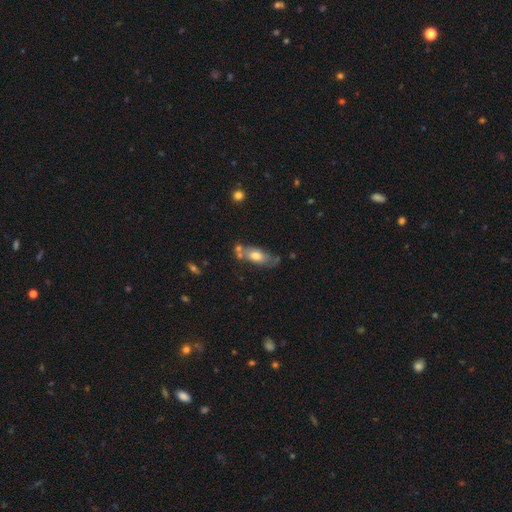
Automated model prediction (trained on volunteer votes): Smooth or featured: smooth — 63% (featured or disk — 30%)
How rounded: in between — 78% (cigar-shaped — 19%)
Merging: none — 52% (minor disturbance — 22%)